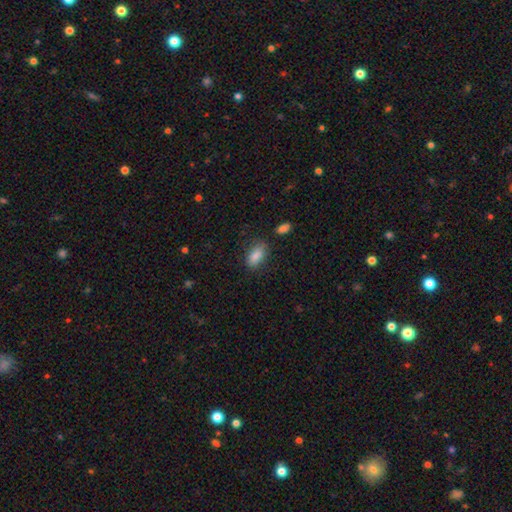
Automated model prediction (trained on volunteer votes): This is clearly a smooth galaxy (86%). How rounded: clearly in between (87%). Merging: likely none (77%).